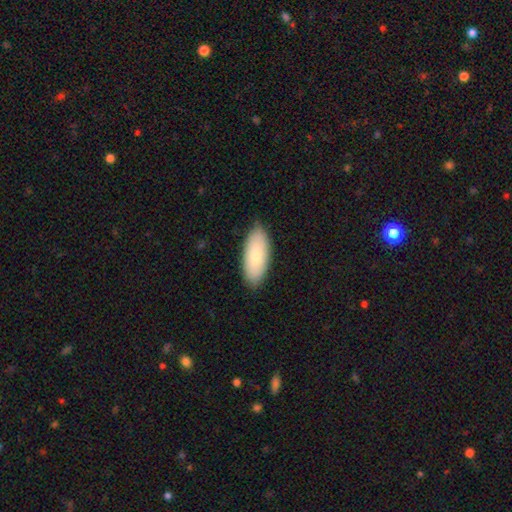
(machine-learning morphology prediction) Smooth or featured? Predicted: smooth (p=0.76). How rounded? Predicted: in between (p=0.89). Merging? Predicted: none (p=0.85).